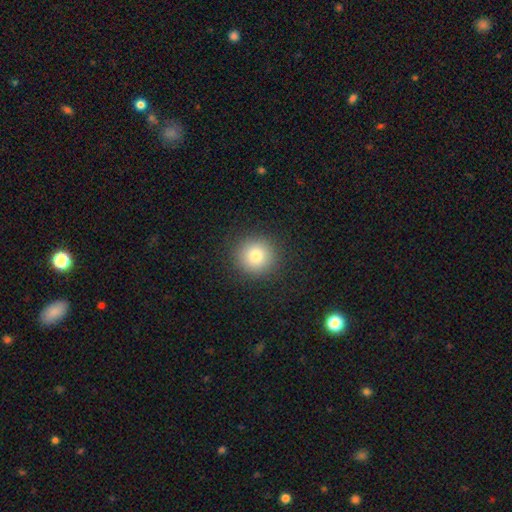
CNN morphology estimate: This appears to be a smooth galaxy with no disk features (81%) that is round (93%). Merging: none (91%).